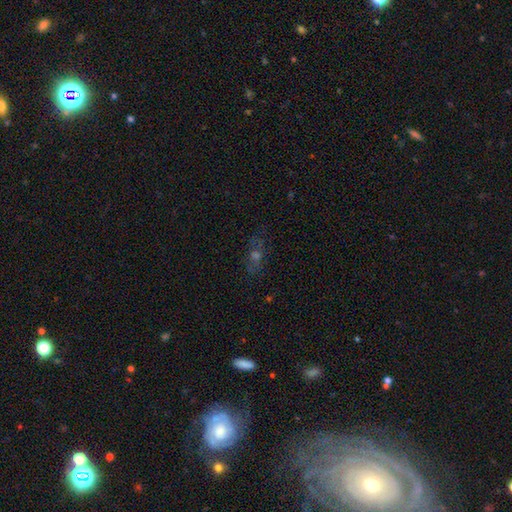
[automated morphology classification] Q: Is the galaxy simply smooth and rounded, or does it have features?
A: featured or disk — 35%.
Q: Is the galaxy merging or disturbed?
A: none — 78%.